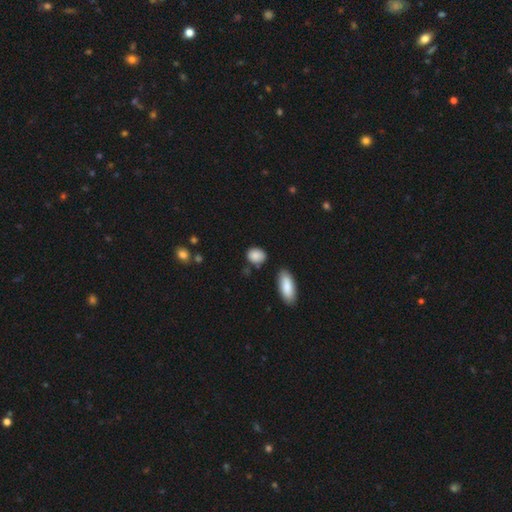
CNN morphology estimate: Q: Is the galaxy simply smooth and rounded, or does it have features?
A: smooth — 88%.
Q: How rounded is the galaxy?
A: in between — 60%.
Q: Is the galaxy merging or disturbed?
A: none — 71%.